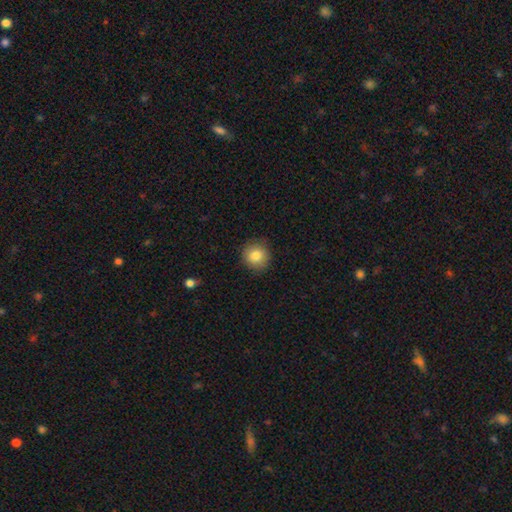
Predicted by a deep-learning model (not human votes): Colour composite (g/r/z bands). It shows a smooth galaxy with no disk features (83%) that is round (93%). Merging: none (90%).